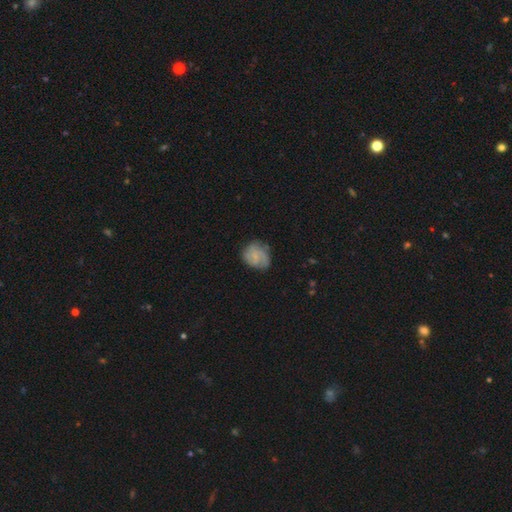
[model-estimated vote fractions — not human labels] This is possibly a featured or disk galaxy (51%). It is clearly not viewed edge-on (98%). Merging: likely none (63%).